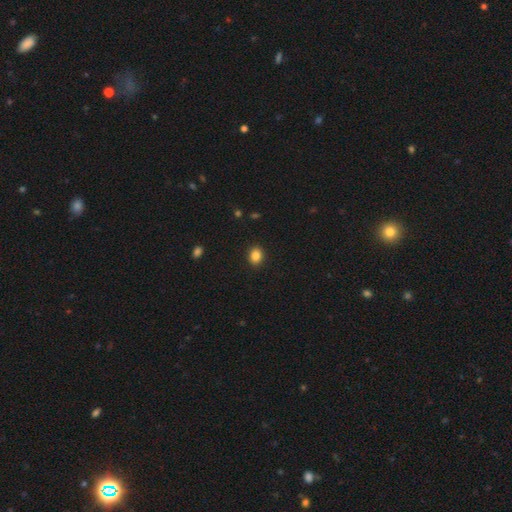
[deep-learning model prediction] Smooth or featured: smooth — 85% (star or artifact — 10%)
How rounded: round — 51% (in between — 48%)
Merging: none — 91% (minor disturbance — 6%)